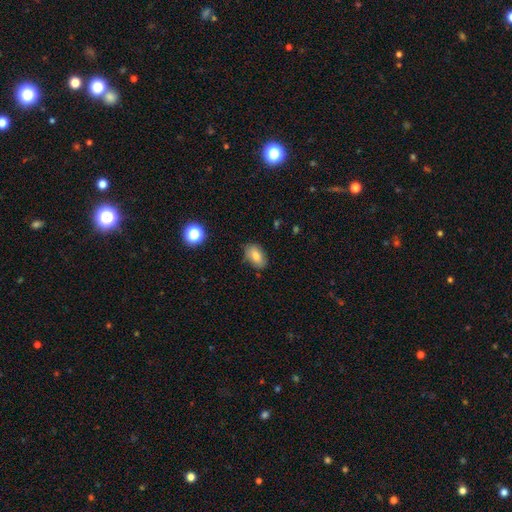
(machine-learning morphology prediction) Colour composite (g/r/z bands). It shows a smooth galaxy with no disk features (79%) that is in between round and cigar-shaped (88%). Merging: none (78%).